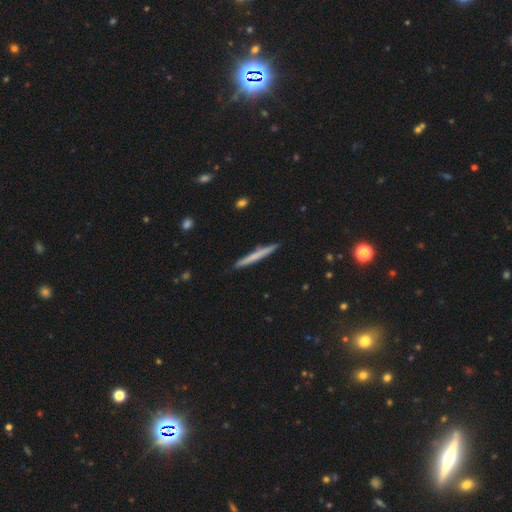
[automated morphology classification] smooth 58%, featured or disk 36%, star or artifact 5%. Down the decision tree: how rounded — cigar-shaped (97%); merging — none (91%).